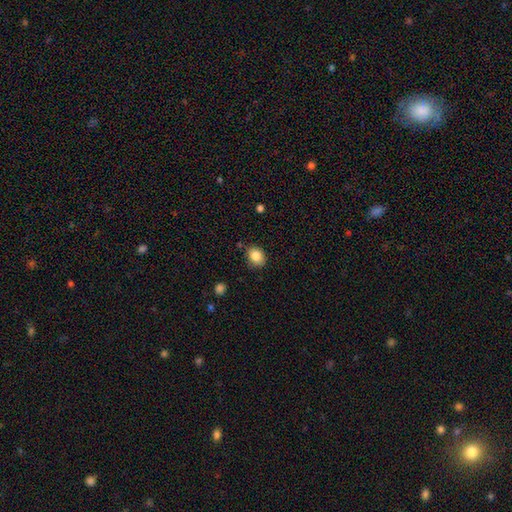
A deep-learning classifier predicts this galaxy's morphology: Smooth or featured?
  - smooth: 85% *
  - star or artifact: 9%
  - featured or disk: 6%
How rounded?
  - in between: 50% *
  - round: 49%
  - cigar-shaped: 1%
Merging?
  - none: 81% *
  - minor disturbance: 14%
  - major disturbance: 3%
  - merger: 2%